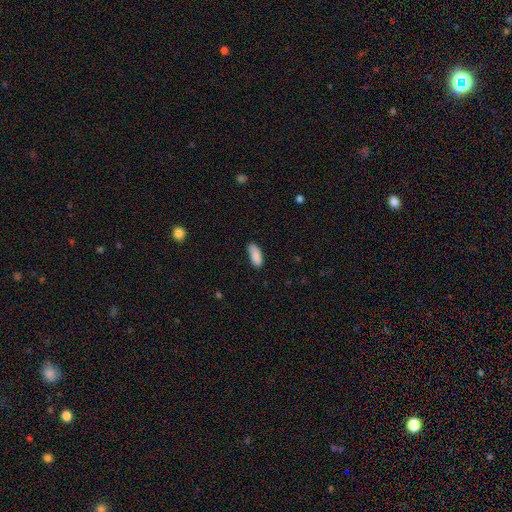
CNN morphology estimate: smooth 89%, star or artifact 7%, featured or disk 5%. Down the decision tree: how rounded — in between (78%); merging — none (76%).